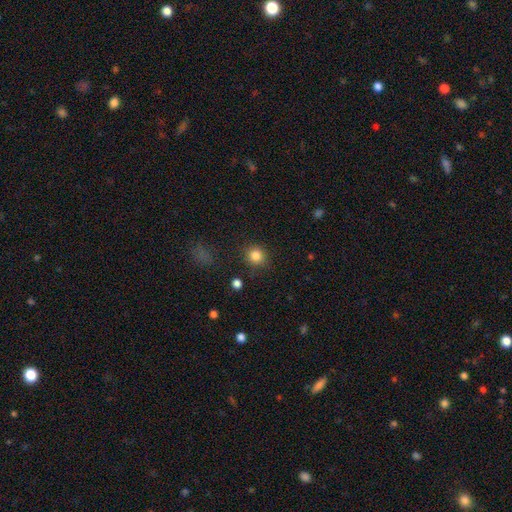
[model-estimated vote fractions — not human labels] Smooth or featured: smooth — 84% (star or artifact — 11%)
How rounded: round — 90% (in between — 9%)
Merging: none — 86% (minor disturbance — 9%)